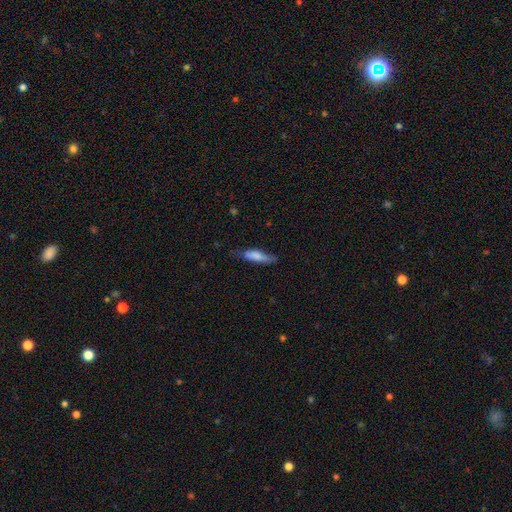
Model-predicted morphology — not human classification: smooth-or-featured: smooth: 69% | featured or disk: 24% | star or artifact: 6%
  how-rounded: cigar-shaped: 62% | in between: 36% | round: 2%
  merging: none: 53% | minor disturbance: 33% | major disturbance: 11% | merger: 3%